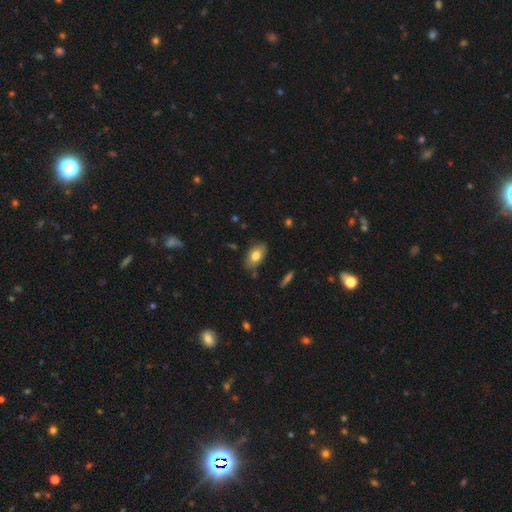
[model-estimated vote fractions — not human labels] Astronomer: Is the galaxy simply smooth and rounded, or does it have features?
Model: smooth — 75%.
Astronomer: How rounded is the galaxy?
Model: in between — 91%.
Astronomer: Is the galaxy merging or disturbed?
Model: none — 81%.